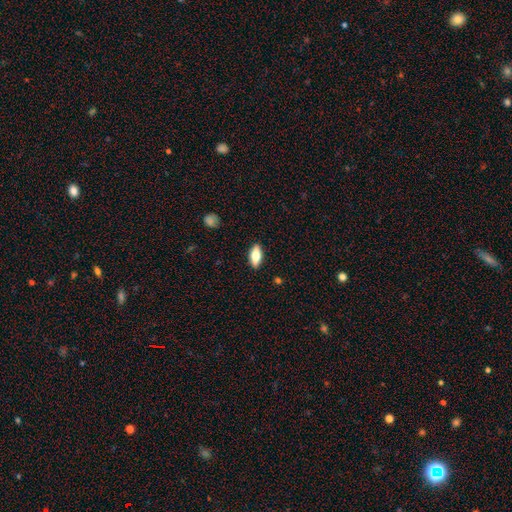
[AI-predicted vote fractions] The model was most divided on "smooth or featured": smooth: 69%, featured or disk: 25%, star or artifact: 6%. More confident: merging — none (89%); how rounded — in between (78%).